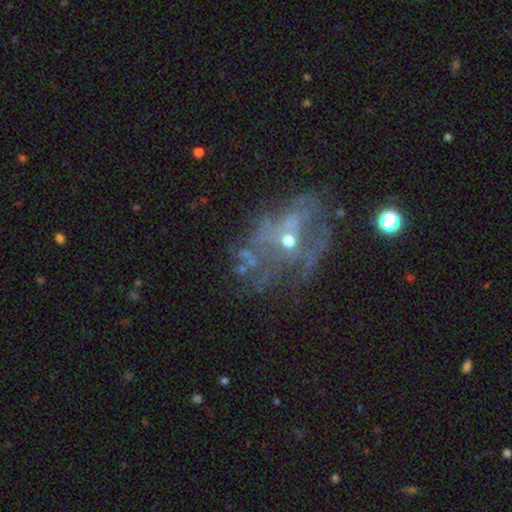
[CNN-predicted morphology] Overall: featured or disk (65%). Edge-on disk: no (95%). Bar: no (72%). Spiral arms: no (52%; yes 48%). Bulge size: small (64%; moderate 25%). Merging: none (52%; major disturbance 23%).